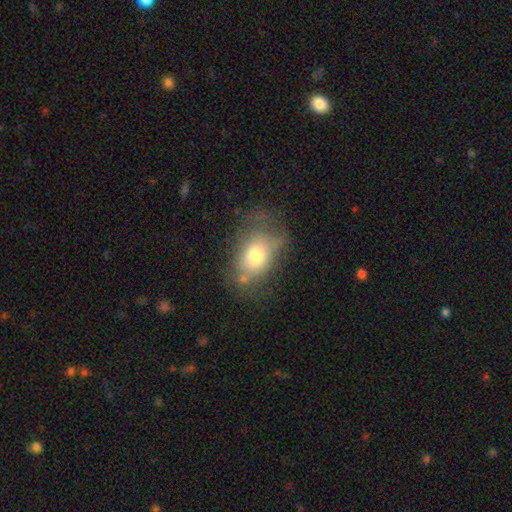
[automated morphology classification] Smooth or featured? smooth (69%)
How rounded? in between (79%)
Merging? none (44%)